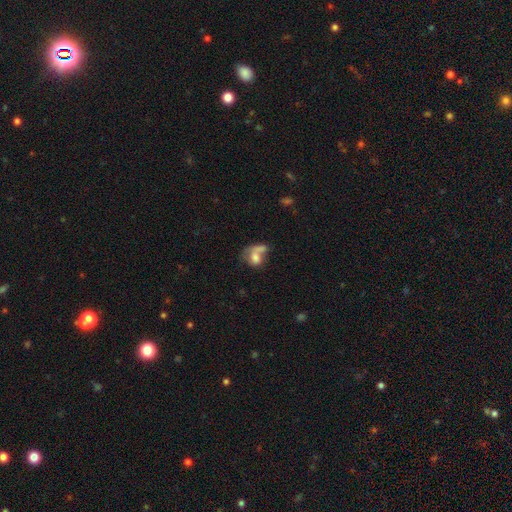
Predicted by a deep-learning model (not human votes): smooth_or_featured: smooth (p=0.62) [alt: featured or disk p=0.27]
how_rounded: in between (p=0.63) [alt: round p=0.34]
merging: merger (p=0.44) [alt: none p=0.23]